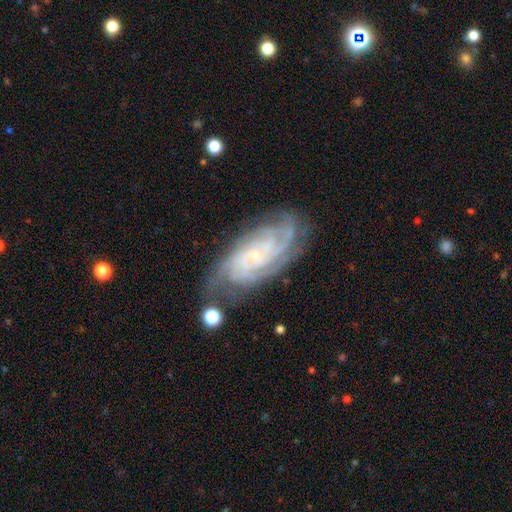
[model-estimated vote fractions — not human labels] The model was most divided on "spiral arm count": 4: 33%, can't tell: 22%, 3: 17%, more than 4: 14%, 2: 9%, 1: 5%. More confident: spiral arms — yes (98%); edge-on disk — no (95%); smooth or featured — featured or disk (87%); bulge size — small (80%); merging — none (73%); spiral winding — tight (72%); bar — no (67%).